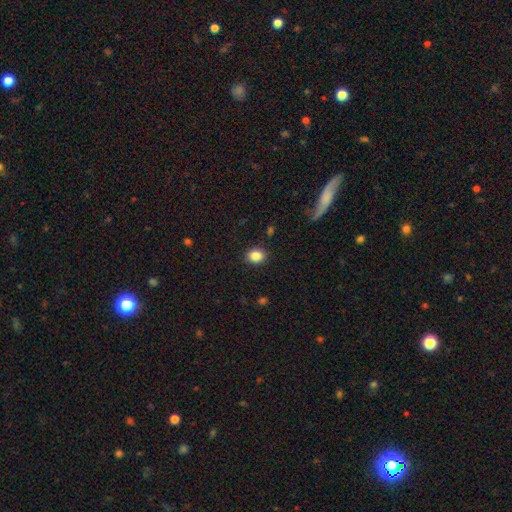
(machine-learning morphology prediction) A smooth galaxy with no disk features (86%) that is round (52%).

Vote fractions:
- Smooth or featured? smooth: 86% / star or artifact: 10% / featured or disk: 5%
- How rounded? round: 52% / in between: 47% / cigar-shaped: 1%
- Merging? none: 89% / minor disturbance: 7% / major disturbance: 2% / merger: 1%